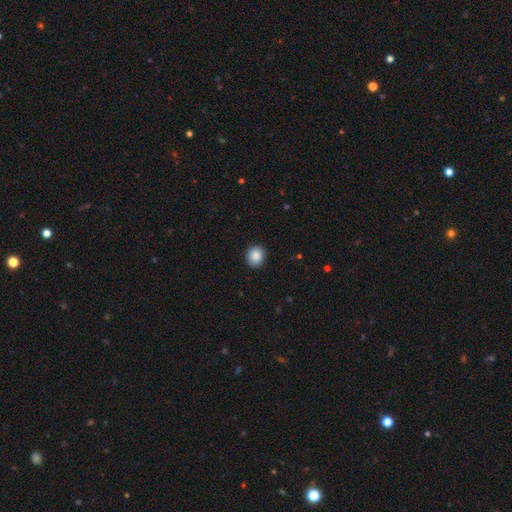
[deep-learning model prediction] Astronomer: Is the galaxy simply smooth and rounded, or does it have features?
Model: smooth — 88%.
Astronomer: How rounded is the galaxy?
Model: round — 78%.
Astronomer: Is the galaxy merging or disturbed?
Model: none — 90%.